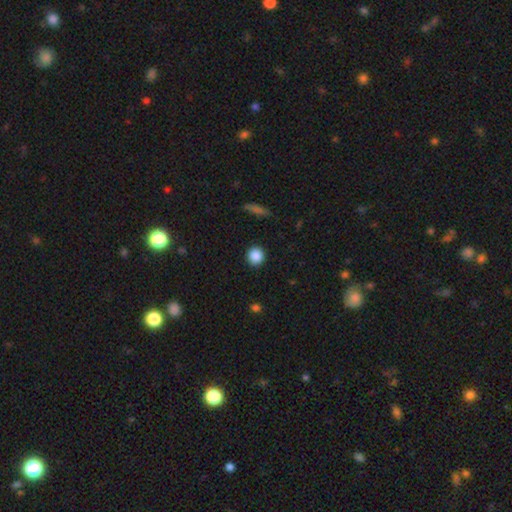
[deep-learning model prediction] The model was most divided on "smooth or featured": smooth: 87%, star or artifact: 9%, featured or disk: 3%. More confident: how rounded — round (93%); merging — none (92%).